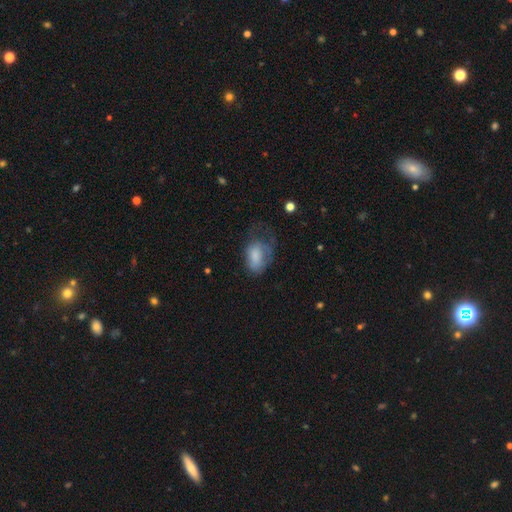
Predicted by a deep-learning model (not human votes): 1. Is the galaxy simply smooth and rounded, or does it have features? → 71% smooth, 21% featured or disk, 8% star or artifact.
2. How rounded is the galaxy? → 88% in between, 10% round, 2% cigar-shaped.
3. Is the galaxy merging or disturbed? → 44% major disturbance, 28% minor disturbance, 26% none, 2% merger.